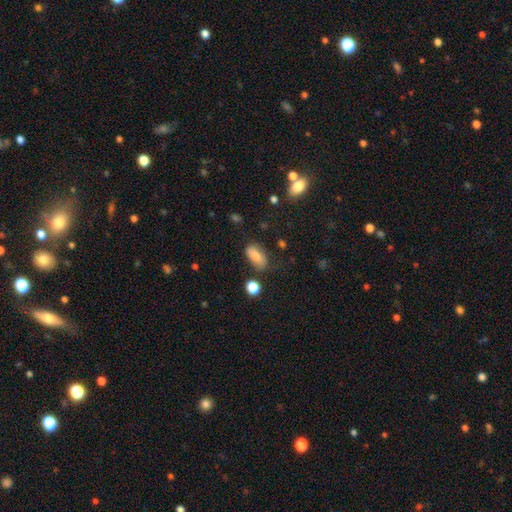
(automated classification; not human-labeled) A smooth galaxy with no disk features (79%) that is in between round and cigar-shaped (89%).

Vote fractions:
- Smooth or featured? smooth: 79% / featured or disk: 12% / star or artifact: 9%
- How rounded? in between: 89% / round: 6% / cigar-shaped: 5%
- Merging? none: 67% / minor disturbance: 22% / major disturbance: 7% / merger: 4%